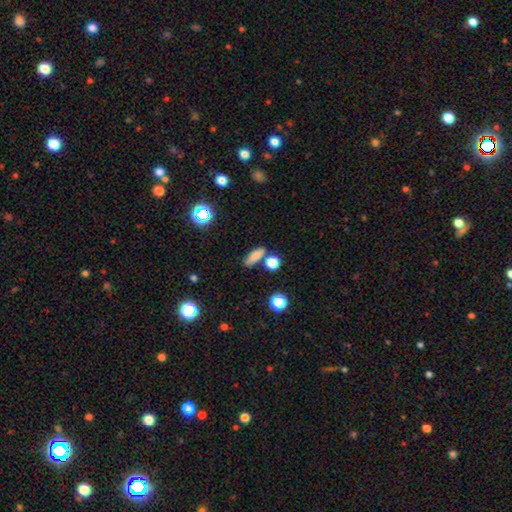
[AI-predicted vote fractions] smooth_or_featured: smooth (p=0.78) [alt: star or artifact p=0.12]
how_rounded: in between (p=0.53) [alt: cigar-shaped p=0.36]
merging: none (p=0.70) [alt: merger p=0.13]